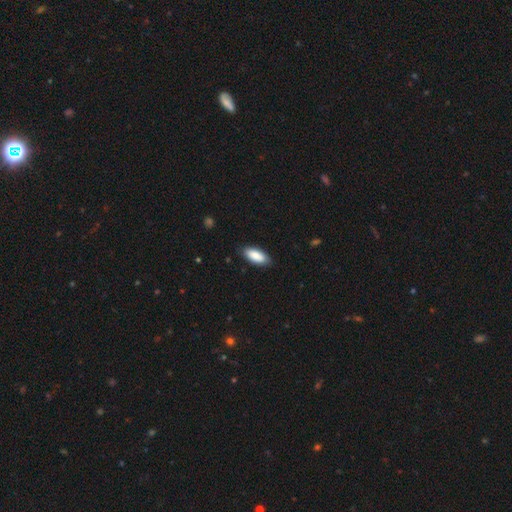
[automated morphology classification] smooth-or-featured: smooth: 86% | featured or disk: 9% | star or artifact: 6%
  how-rounded: in between: 86% | cigar-shaped: 13% | round: 2%
  merging: none: 85% | minor disturbance: 12% | major disturbance: 2% | merger: 1%